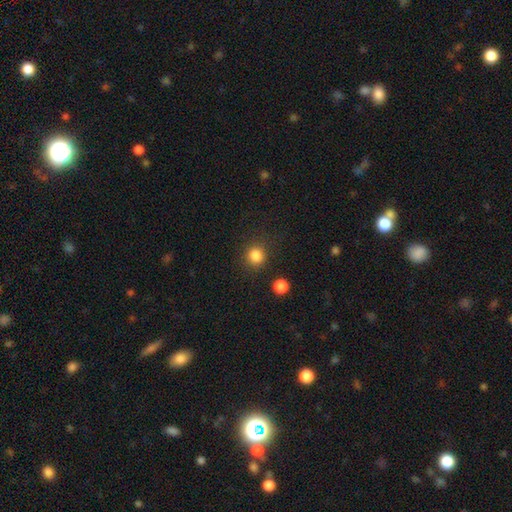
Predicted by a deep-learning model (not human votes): smooth-or-featured: smooth: 85% | star or artifact: 12% | featured or disk: 4%
  how-rounded: round: 85% | in between: 14% | cigar-shaped: 1%
  merging: none: 82% | minor disturbance: 10% | major disturbance: 4% | merger: 4%